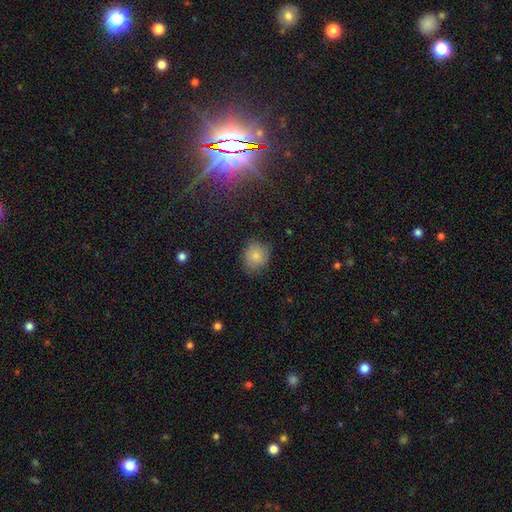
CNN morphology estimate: A smooth galaxy with no disk features (79%) that is round (77%).

Vote fractions:
- Smooth or featured? smooth: 79% / star or artifact: 11% / featured or disk: 10%
- How rounded? round: 77% / in between: 22% / cigar-shaped: 1%
- Merging? none: 78% / minor disturbance: 17% / major disturbance: 4% / merger: 1%